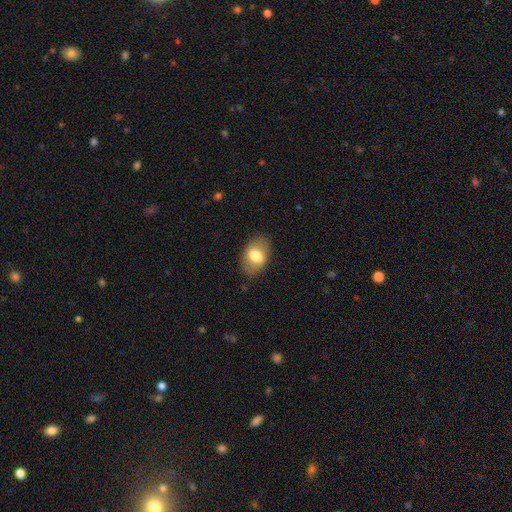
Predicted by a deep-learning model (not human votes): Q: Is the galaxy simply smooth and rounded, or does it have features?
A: smooth — 70%.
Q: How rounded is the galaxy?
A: in between — 83%.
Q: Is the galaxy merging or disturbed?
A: none — 83%.